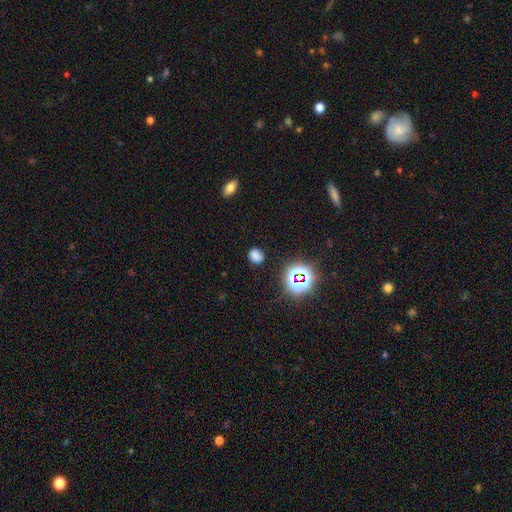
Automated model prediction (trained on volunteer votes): This is likely a smooth galaxy (68%). How rounded: possibly round (52%). Merging: clearly none (81%).